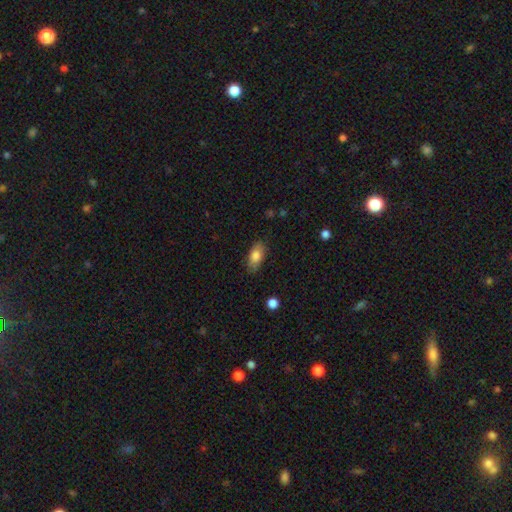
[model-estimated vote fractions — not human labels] smooth 80%, featured or disk 13%, star or artifact 7%. Down the decision tree: how rounded — in between (87%); merging — none (83%).